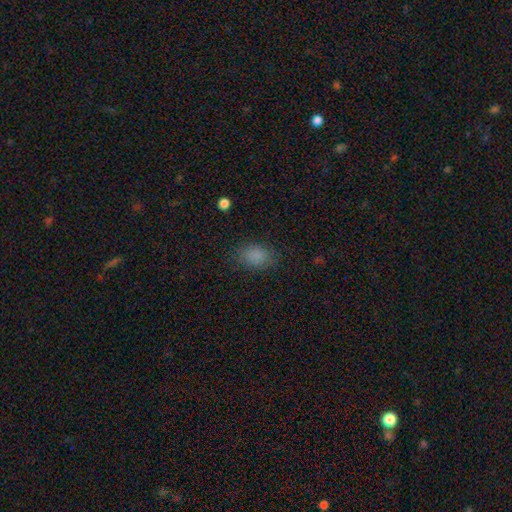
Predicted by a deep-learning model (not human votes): A smooth galaxy with no disk features (84%) that is in between round and cigar-shaped (81%). Merging: none (82%).